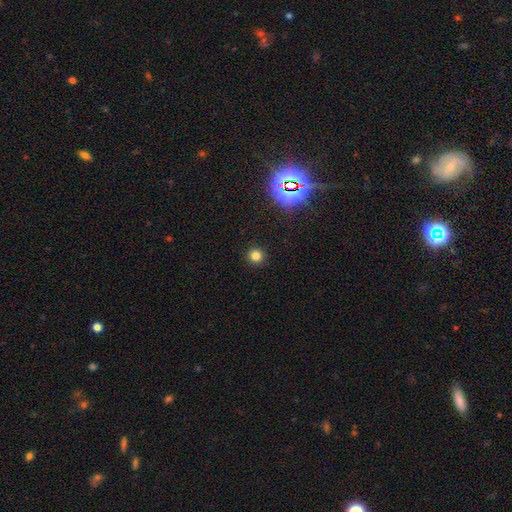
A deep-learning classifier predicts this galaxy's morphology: A smooth galaxy with no disk features (78%) that is round (94%). Merging: none (92%).